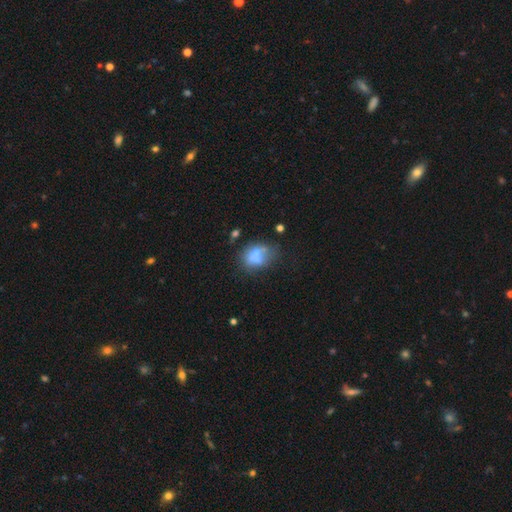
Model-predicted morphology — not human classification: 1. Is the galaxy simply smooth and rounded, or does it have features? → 60% smooth, 29% featured or disk, 11% star or artifact.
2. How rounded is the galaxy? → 64% in between, 34% round, 2% cigar-shaped.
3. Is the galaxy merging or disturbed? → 35% none, 27% merger, 23% minor disturbance, 15% major disturbance.